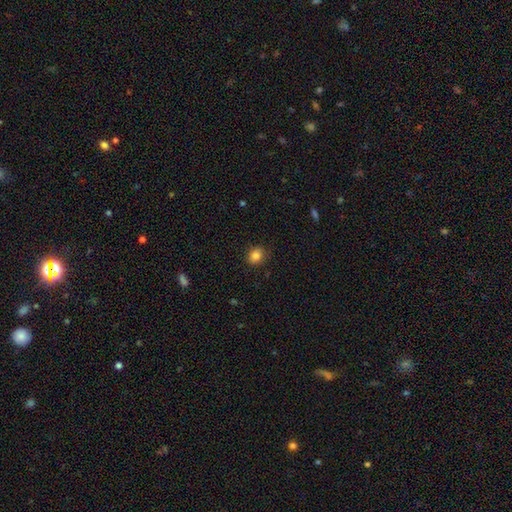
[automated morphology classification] A smooth galaxy with no disk features (84%) that is round (60%).

Vote fractions:
- Smooth or featured? smooth: 84% / star or artifact: 11% / featured or disk: 6%
- How rounded? round: 60% / in between: 39% / cigar-shaped: 1%
- Merging? none: 87% / minor disturbance: 9% / major disturbance: 2% / merger: 1%